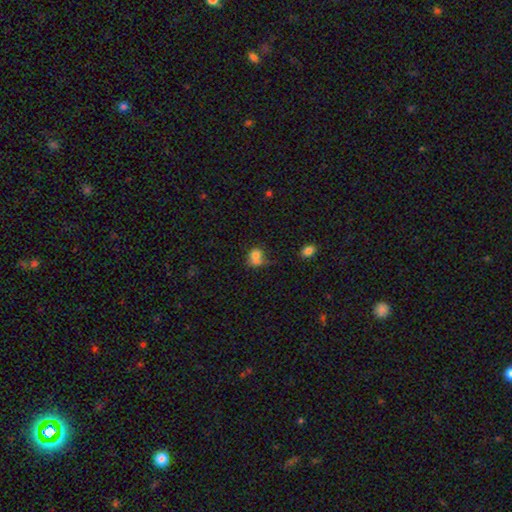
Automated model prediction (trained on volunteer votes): Morphology: type=smooth (76%); roundness=round (60%); merging=none (36%).